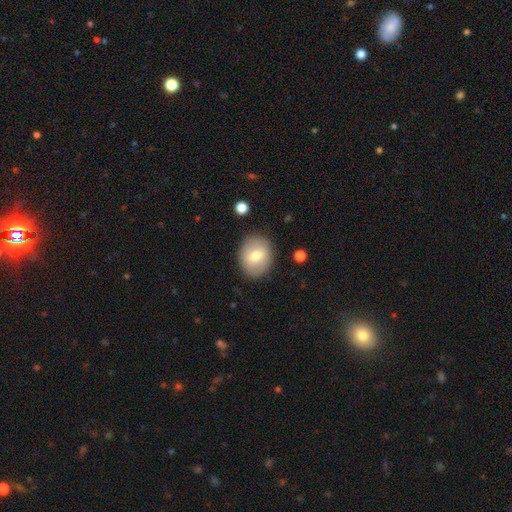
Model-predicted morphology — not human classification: A smooth galaxy with no disk features (65%) that is round (57%). Merging: none (84%).